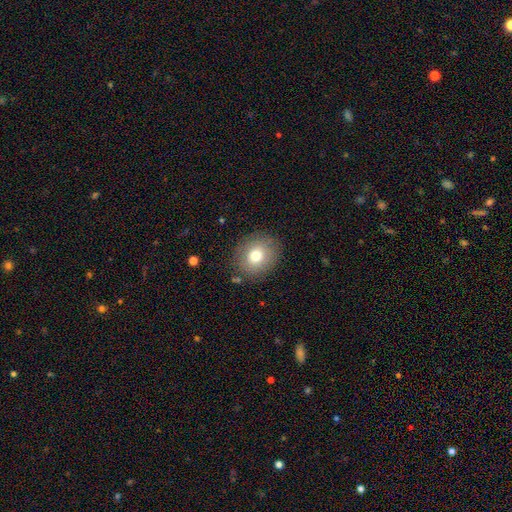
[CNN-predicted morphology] Smooth or featured? smooth (75%)
How rounded? round (70%)
Merging? none (85%)